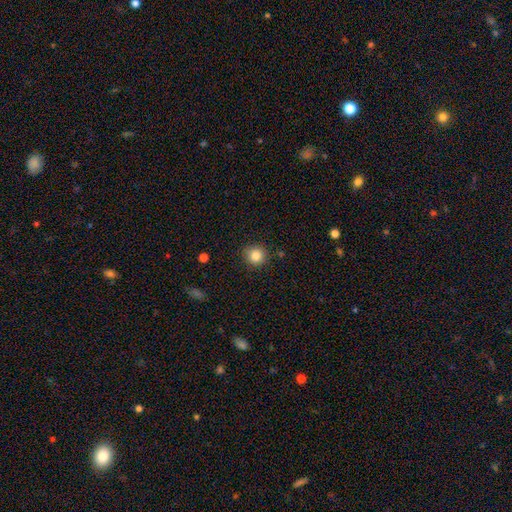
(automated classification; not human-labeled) A smooth galaxy with no disk features (85%) that is round (92%).

Vote fractions:
- Smooth or featured? smooth: 85% / star or artifact: 10% / featured or disk: 5%
- How rounded? round: 92% / in between: 7% / cigar-shaped: 1%
- Merging? none: 87% / minor disturbance: 9% / major disturbance: 2% / merger: 2%